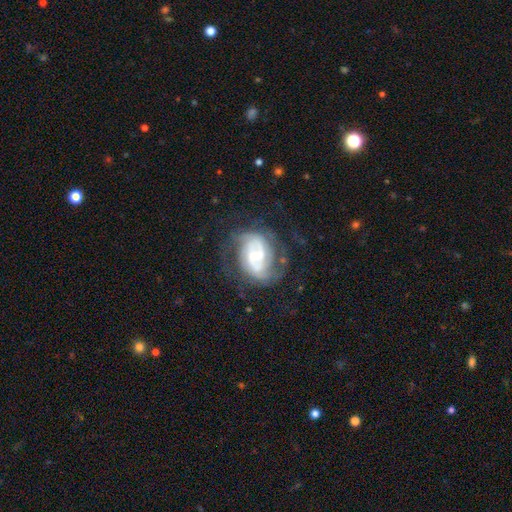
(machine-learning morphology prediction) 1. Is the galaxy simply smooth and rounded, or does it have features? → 82% featured or disk, 11% smooth, 6% star or artifact.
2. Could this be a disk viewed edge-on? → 97% no, 3% yes.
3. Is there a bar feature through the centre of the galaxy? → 48% weak, 33% no, 19% strong.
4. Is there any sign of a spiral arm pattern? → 92% yes, 8% no.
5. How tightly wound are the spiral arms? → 47% tight, 39% medium, 14% loose.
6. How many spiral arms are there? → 54% 2, 25% can't tell, 10% 3, 4% 1, 4% 4, 3% more than 4.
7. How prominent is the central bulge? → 50% small, 41% moderate, 5% large, 3% none, 1% dominant.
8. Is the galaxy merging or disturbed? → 64% none, 19% minor disturbance, 15% major disturbance, 2% merger.